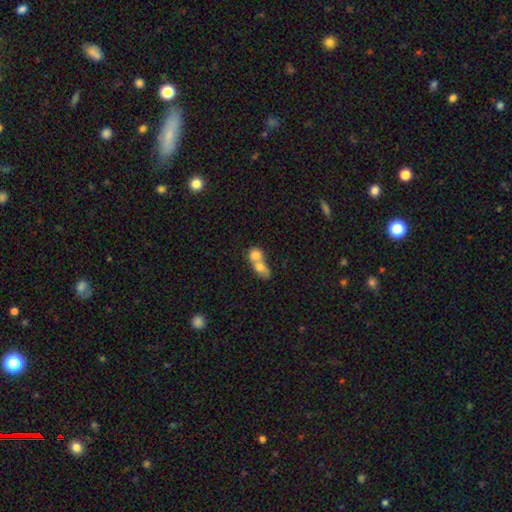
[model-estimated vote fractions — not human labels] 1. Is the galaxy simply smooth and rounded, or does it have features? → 74% smooth, 18% featured or disk, 8% star or artifact.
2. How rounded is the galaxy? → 50% in between, 46% round, 3% cigar-shaped.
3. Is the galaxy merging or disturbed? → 79% merger, 13% none, 4% minor disturbance, 3% major disturbance.